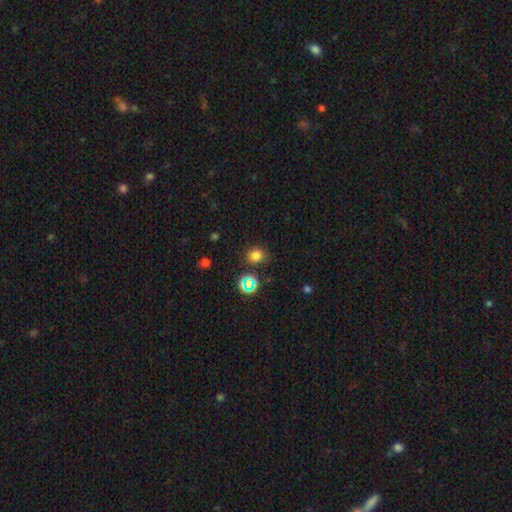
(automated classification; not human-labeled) Q: Smooth or featured?
A: smooth (73%); runner-up: star or artifact (20%)
Q: How rounded?
A: round (63%); runner-up: in between (36%)
Q: Merging?
A: none (77%); runner-up: minor disturbance (13%)